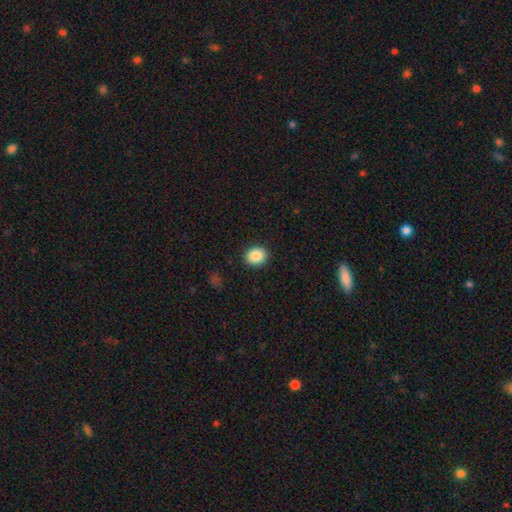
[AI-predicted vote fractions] Smooth or featured? smooth (88%)
How rounded? round (63%)
Merging? none (90%)